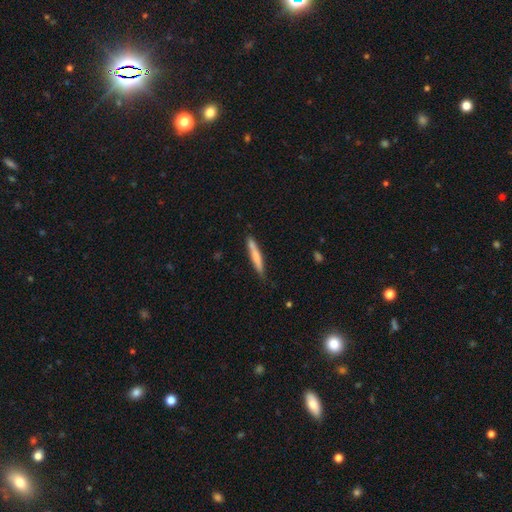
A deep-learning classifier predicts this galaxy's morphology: smooth-or-featured: smooth: 69% | featured or disk: 25% | star or artifact: 6%
  how-rounded: cigar-shaped: 94% | in between: 4% | round: 1%
  merging: none: 78% | minor disturbance: 15% | merger: 4% | major disturbance: 3%